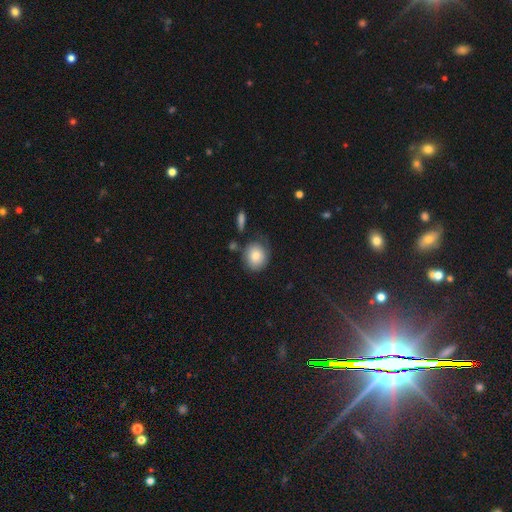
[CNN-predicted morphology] smooth_or_featured: smooth (p=0.80) [alt: featured or disk p=0.12]
how_rounded: round (p=0.71) [alt: in between p=0.28]
merging: none (p=0.66) [alt: minor disturbance p=0.20]